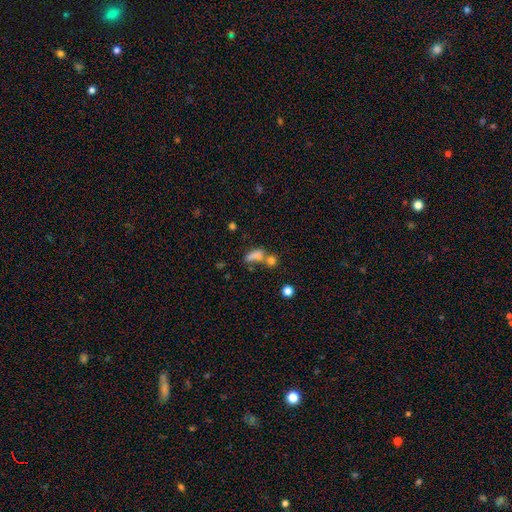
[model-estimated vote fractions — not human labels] The model was most divided on "merging": merger: 46%, none: 29%, minor disturbance: 12%, major disturbance: 12%. More confident: smooth or featured — smooth (72%); how rounded — in between (68%).